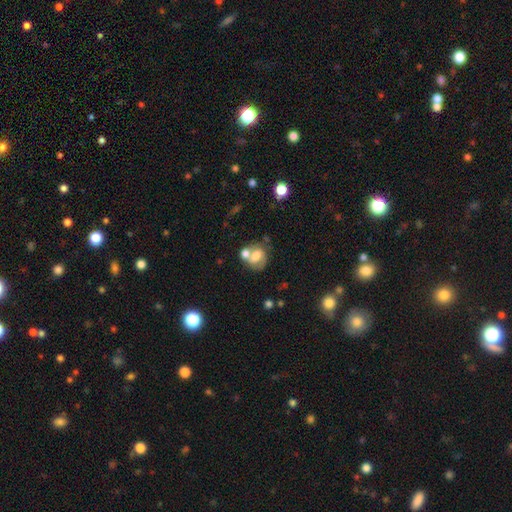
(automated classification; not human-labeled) smooth_or_featured: smooth (p=0.50) [alt: featured or disk p=0.40]
how_rounded: round (p=0.50) [alt: in between p=0.48]
merging: merger (p=0.42) [alt: none p=0.34]